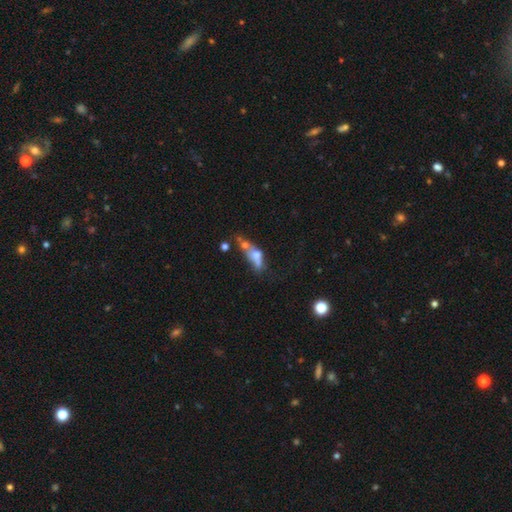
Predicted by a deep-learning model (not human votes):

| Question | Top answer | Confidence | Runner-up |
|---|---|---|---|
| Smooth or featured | smooth | 48% | featured or disk (38%) |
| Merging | merger | 47% | major disturbance (20%) |